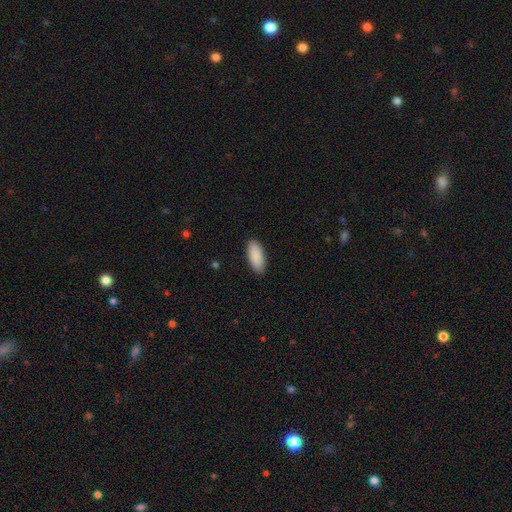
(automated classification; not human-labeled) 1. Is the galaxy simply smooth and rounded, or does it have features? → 91% smooth, 6% star or artifact, 4% featured or disk.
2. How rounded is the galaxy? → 88% in between, 10% cigar-shaped, 2% round.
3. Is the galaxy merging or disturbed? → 88% none, 9% minor disturbance, 2% major disturbance, 1% merger.